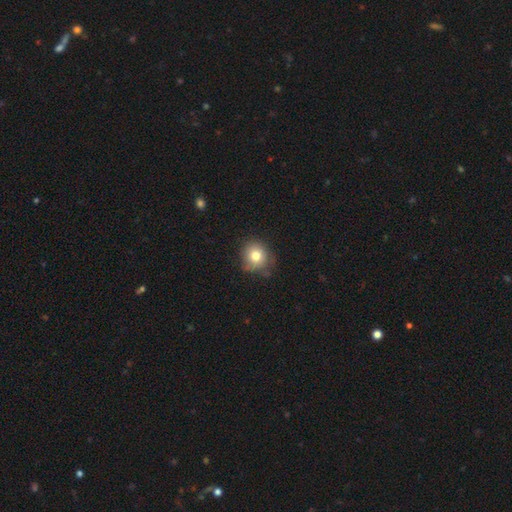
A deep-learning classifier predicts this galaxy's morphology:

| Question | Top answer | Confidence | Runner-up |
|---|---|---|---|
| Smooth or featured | smooth | 79% | featured or disk (11%) |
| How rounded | round | 85% | in between (14%) |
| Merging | none | 72% | minor disturbance (21%) |